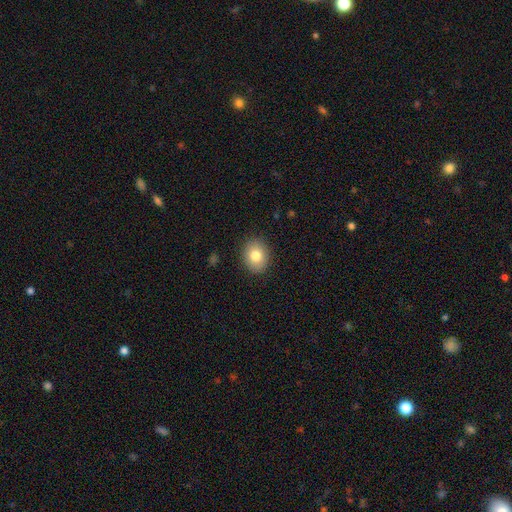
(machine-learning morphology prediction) smooth 80%, featured or disk 11%, star or artifact 9%. Down the decision tree: how rounded — round (52%); merging — none (89%).